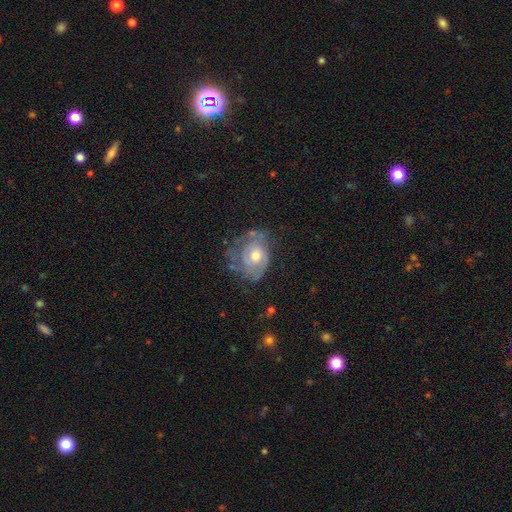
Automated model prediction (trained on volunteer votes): smooth-or-featured: featured or disk: 64% | smooth: 29% | star or artifact: 8%
  disk-edge-on: no: 96% | yes: 4%
    bar: no: 80% | weak: 17% | strong: 3%
    has-spiral-arms: yes: 69% | no: 31%
    bulge-size: moderate: 70% | small: 17% | large: 11% | none: 1% | dominant: 1%
  merging: none: 51% | minor disturbance: 28% | major disturbance: 18% | merger: 2%